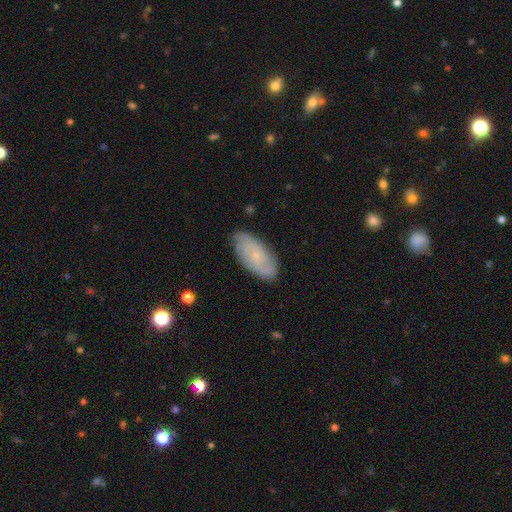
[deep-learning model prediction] Smooth or featured? featured or disk (56%)
Edge-on disk? no (92%)
Bar? no (76%)
Spiral arms? yes (86%)
Bulge size? small (79%)
Merging? none (80%)